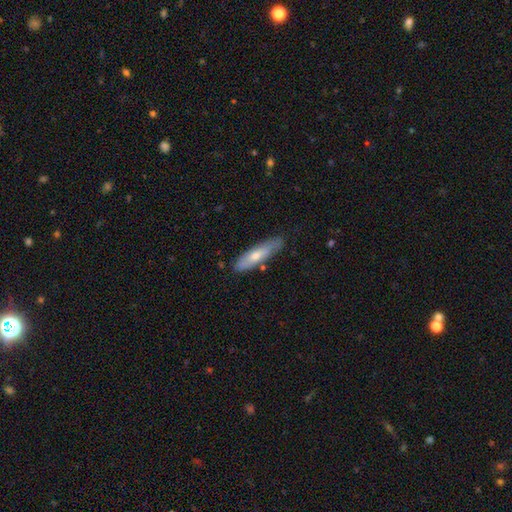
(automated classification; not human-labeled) Smooth or featured?
  - smooth: 56% *
  - featured or disk: 38%
  - star or artifact: 6%
How rounded?
  - cigar-shaped: 74% *
  - in between: 25%
  - round: 2%
Merging?
  - none: 78% *
  - minor disturbance: 17%
  - major disturbance: 3%
  - merger: 2%